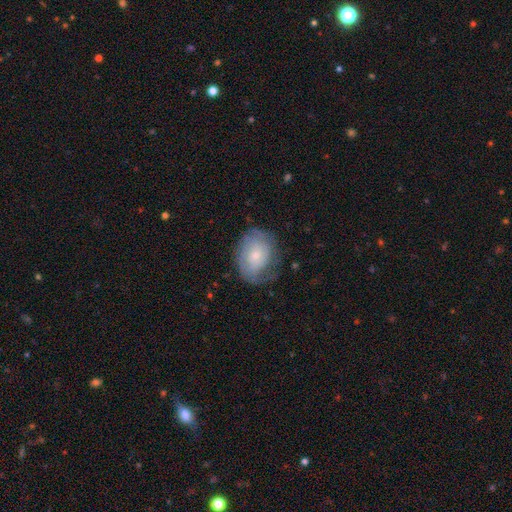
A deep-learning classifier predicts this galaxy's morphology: This appears to be a featured or disk galaxy (49%). Merging: none (59%).